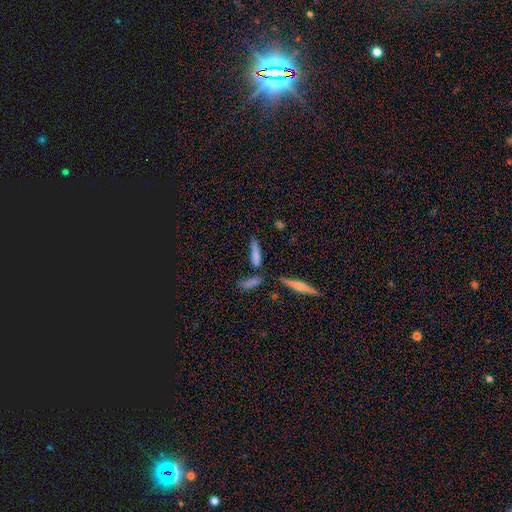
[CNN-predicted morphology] This appears to be a smooth galaxy with no disk features (69%) that is cigar-shaped (78%). Merging: none (59%).